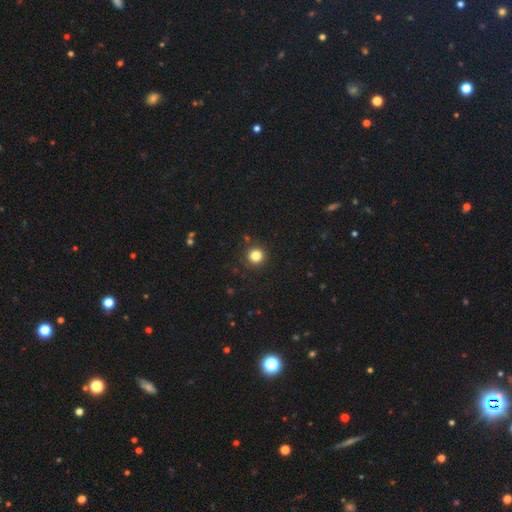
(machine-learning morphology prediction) Smooth or featured? Predicted: smooth (p=0.84). How rounded? Predicted: round (p=0.95). Merging? Predicted: none (p=0.91).